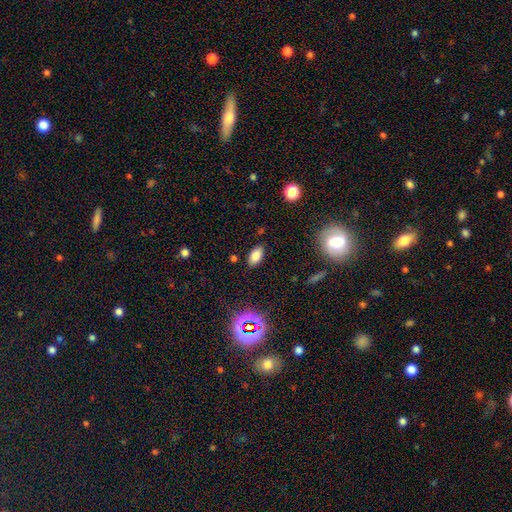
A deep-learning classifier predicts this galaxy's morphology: Overall: smooth (79%). How rounded: in between (91%). Merging: none (85%).